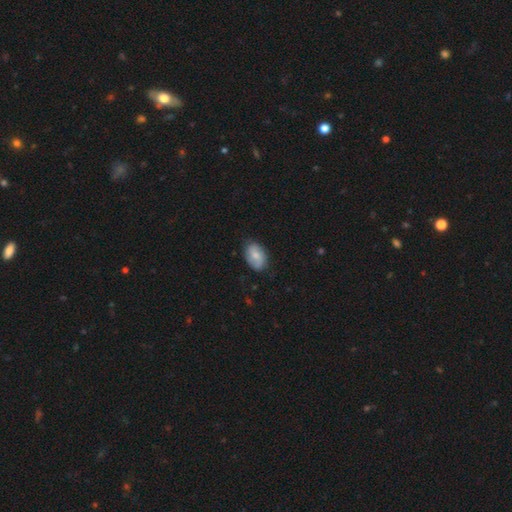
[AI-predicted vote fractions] smooth 62%, featured or disk 31%, star or artifact 7%. Down the decision tree: how rounded — in between (87%); merging — none (75%).